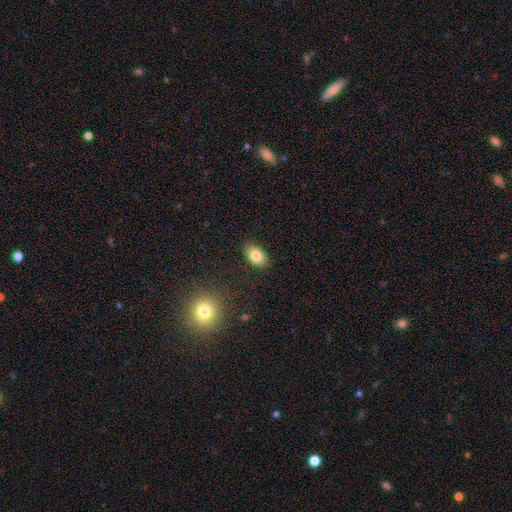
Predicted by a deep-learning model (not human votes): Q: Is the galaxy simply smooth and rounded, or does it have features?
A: smooth — 81%.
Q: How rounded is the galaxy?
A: in between — 90%.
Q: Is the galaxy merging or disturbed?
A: none — 87%.